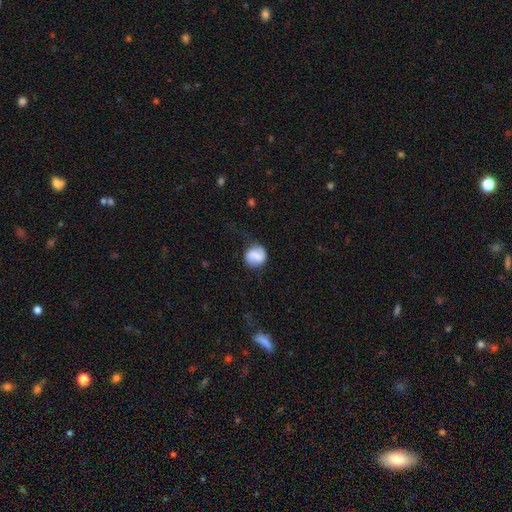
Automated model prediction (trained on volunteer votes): Smooth or featured? Predicted: smooth (p=0.53). How rounded? Predicted: round (p=0.79). Merging? Predicted: none (p=0.67).